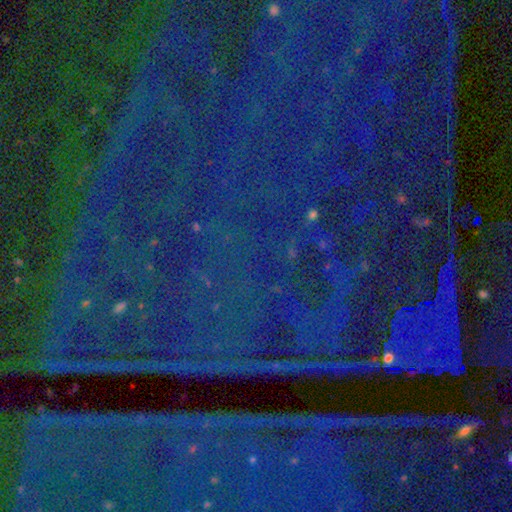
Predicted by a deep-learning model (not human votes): star or artifact 87%, smooth 7%, featured or disk 6%.